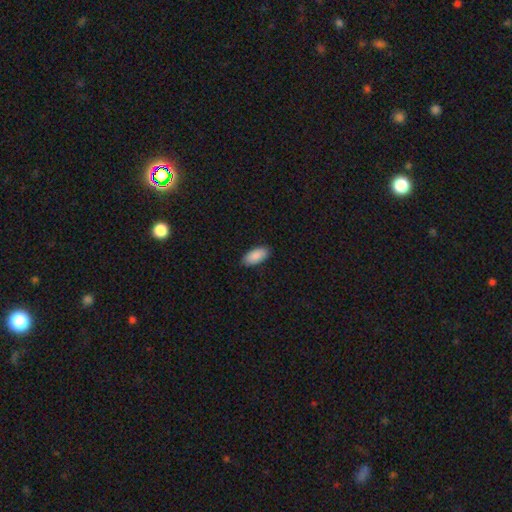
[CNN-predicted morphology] smooth-or-featured: smooth: 90% | star or artifact: 6% | featured or disk: 4%
  how-rounded: in between: 92% | cigar-shaped: 6% | round: 2%
  merging: none: 88% | minor disturbance: 9% | major disturbance: 2% | merger: 1%